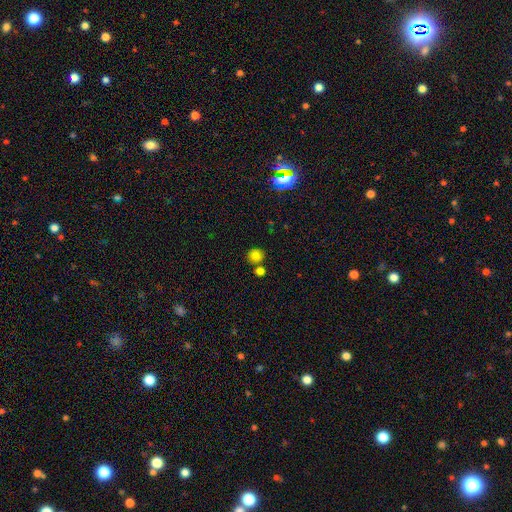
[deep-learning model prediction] This is clearly a smooth galaxy (80%). How rounded: clearly round (84%). Merging: likely none (67%).